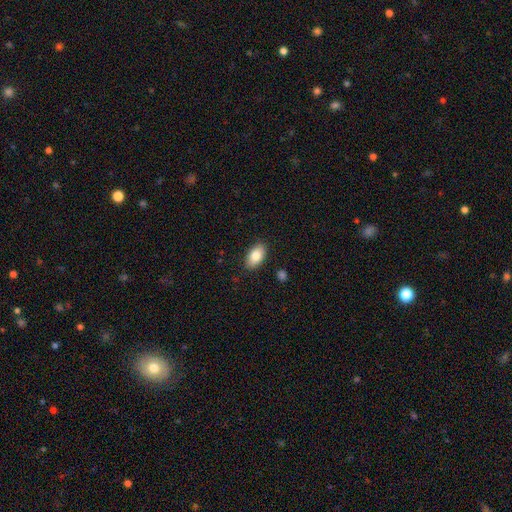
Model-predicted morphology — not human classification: The model was most divided on "smooth or featured": smooth: 83%, featured or disk: 10%, star or artifact: 7%. More confident: how rounded — in between (93%); merging — none (87%).